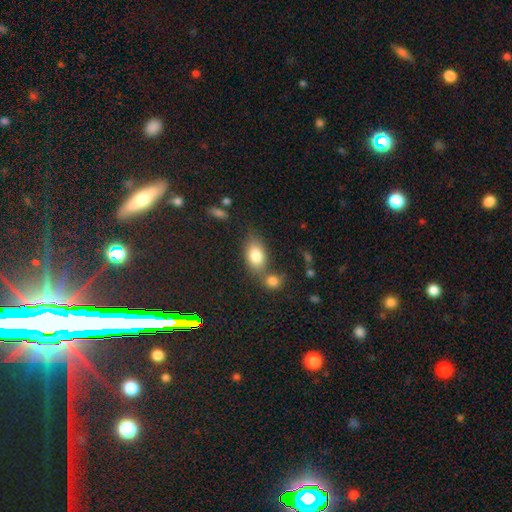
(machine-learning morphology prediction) smooth 81%, featured or disk 10%, star or artifact 9%. Down the decision tree: how rounded — in between (84%); merging — none (53%).